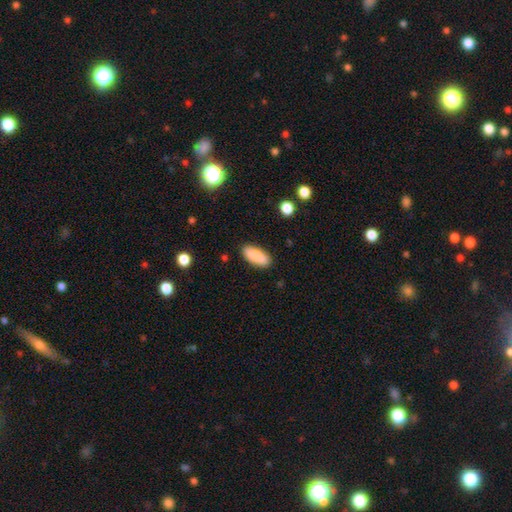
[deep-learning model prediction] This appears to be a smooth galaxy with no disk features (86%) that is in between round and cigar-shaped (83%). Merging: none (87%).